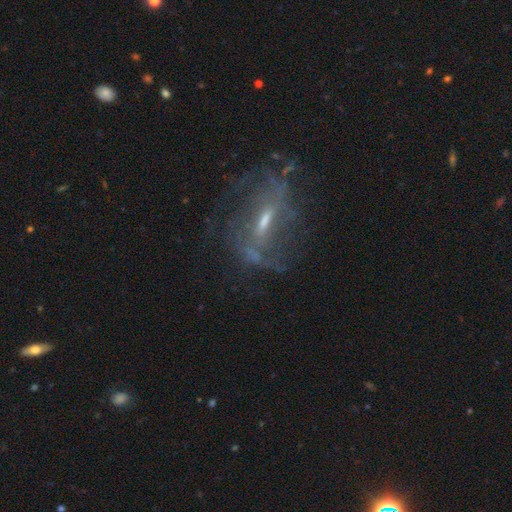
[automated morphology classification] Smooth or featured? featured or disk (75%)
Edge-on disk? no (81%)
Bar? weak (42%)
Spiral arms? yes (69%)
Bulge size? small (51%)
Merging? none (61%)